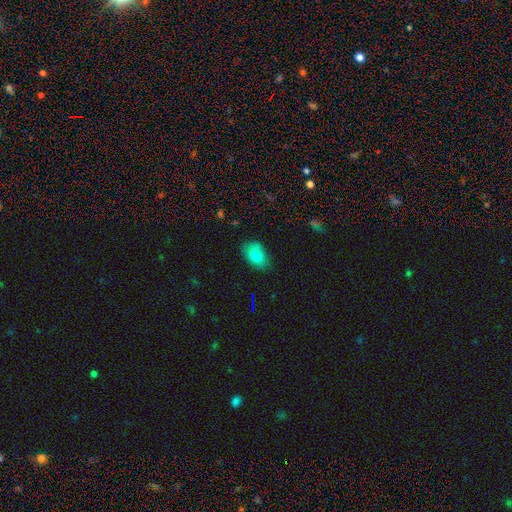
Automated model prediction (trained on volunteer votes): Morphology: type=smooth (78%); roundness=in between (88%); merging=none (78%).